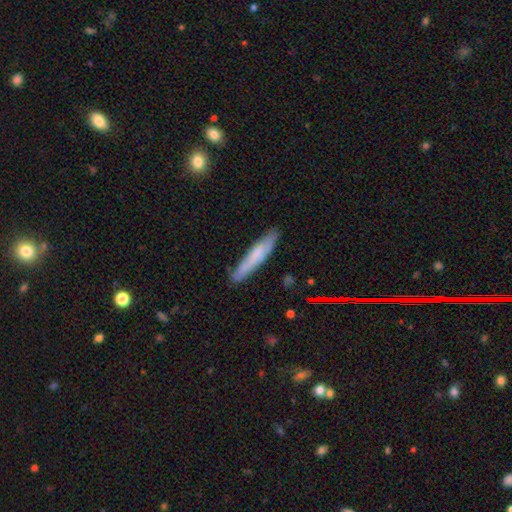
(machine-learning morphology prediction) A smooth galaxy with no disk features (62%) that is cigar-shaped (90%). Merging: none (81%).